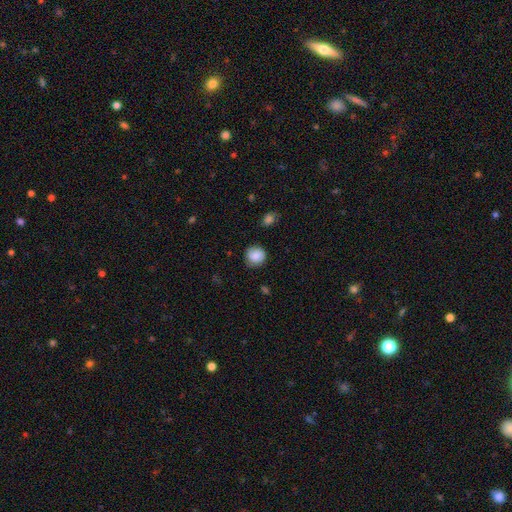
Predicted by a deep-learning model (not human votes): This appears to be a smooth galaxy with no disk features (86%) that is round (89%). Merging: none (79%).